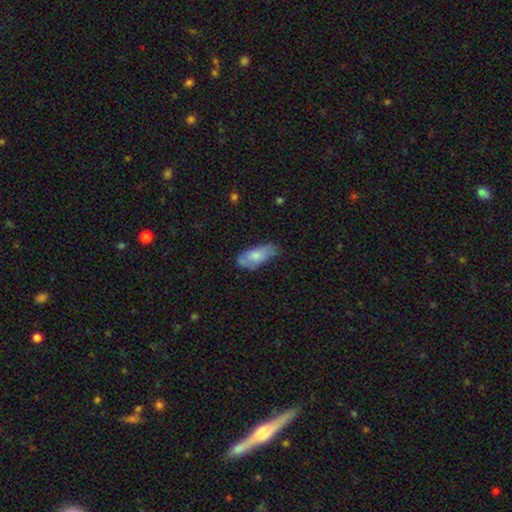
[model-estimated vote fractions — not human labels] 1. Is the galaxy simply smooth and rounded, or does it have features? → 72% smooth, 22% featured or disk, 6% star or artifact.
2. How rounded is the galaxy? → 82% in between, 16% cigar-shaped, 2% round.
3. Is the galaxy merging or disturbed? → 58% none, 31% minor disturbance, 8% major disturbance, 3% merger.